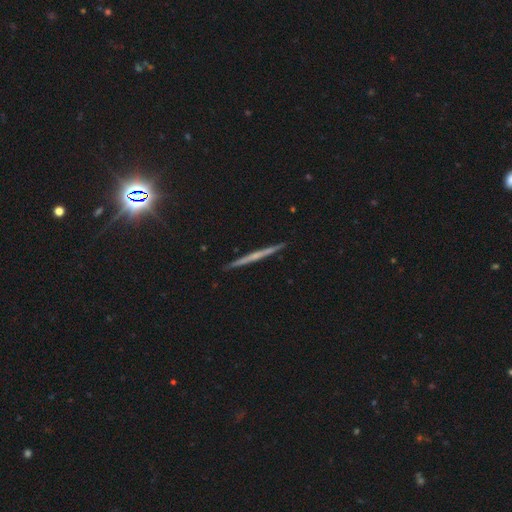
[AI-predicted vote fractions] A featured or disk galaxy (65%) viewed edge-on (98%) with no central bulge (67%). Merging: none (92%).